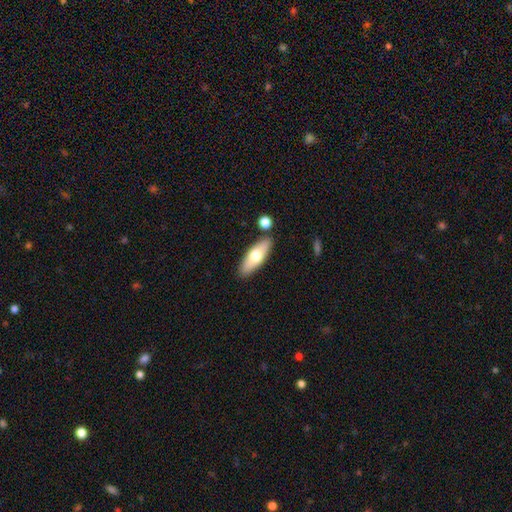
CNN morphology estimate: A smooth galaxy with no disk features (63%) that is in between round and cigar-shaped (62%). Merging: none (82%).